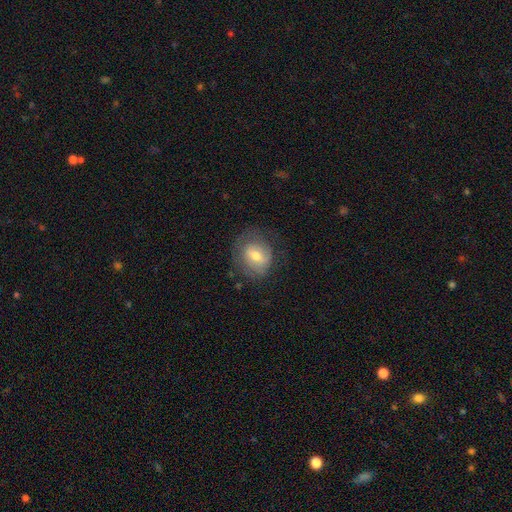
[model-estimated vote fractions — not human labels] Smooth or featured: smooth — 54% (featured or disk — 38%)
How rounded: round — 66% (in between — 33%)
Merging: none — 65% (minor disturbance — 21%)